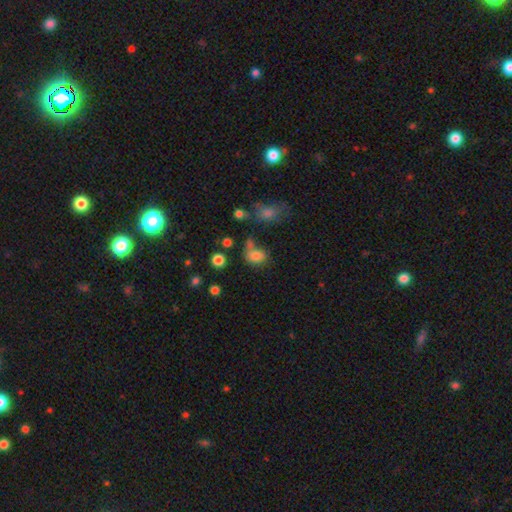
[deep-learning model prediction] This appears to be a smooth galaxy with no disk features (77%) that is in between round and cigar-shaped (54%). Merging: none (45%).